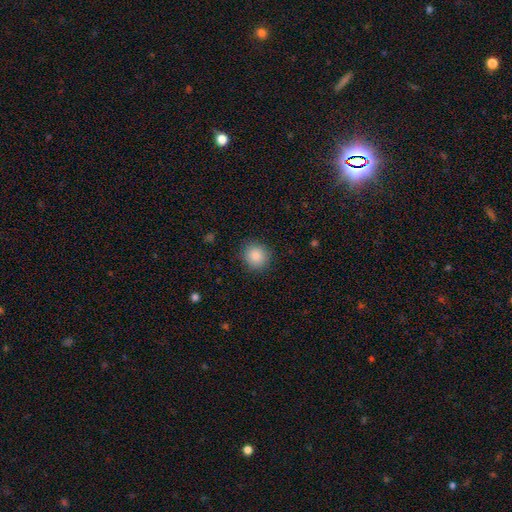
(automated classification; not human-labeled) Overall: smooth (88%). How rounded: round (89%). Merging: none (88%).